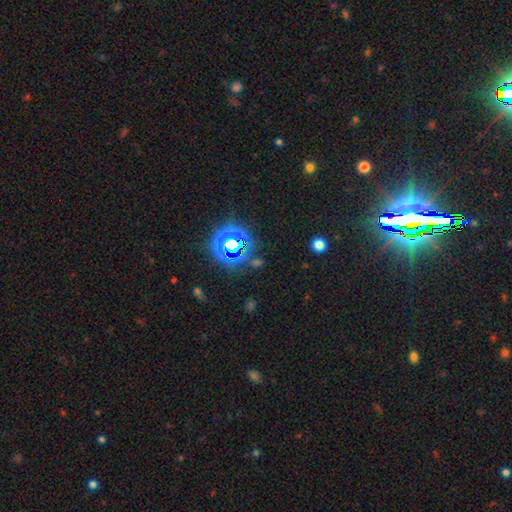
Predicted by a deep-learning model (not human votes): Q: Smooth or featured?
A: star or artifact (75%); runner-up: smooth (18%)